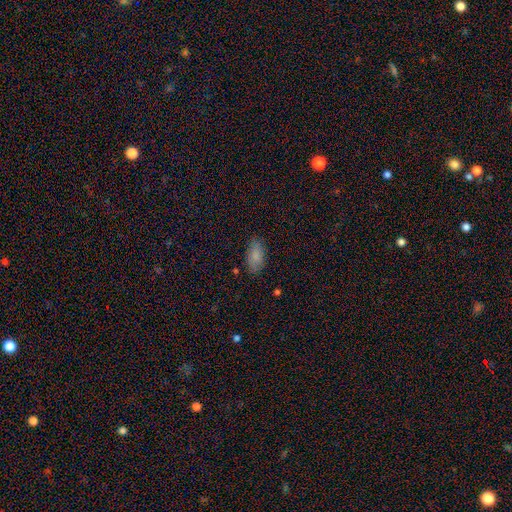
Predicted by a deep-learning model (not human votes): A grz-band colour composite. It shows a smooth galaxy with no disk features (84%) that is in between round and cigar-shaped (91%). Merging: none (81%).